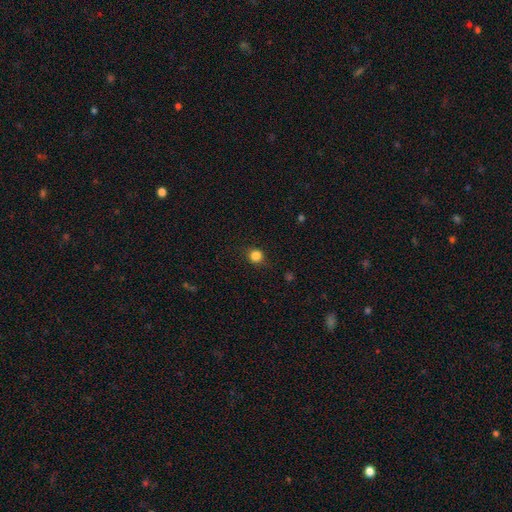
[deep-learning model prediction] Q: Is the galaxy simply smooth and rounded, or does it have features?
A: smooth — 84%.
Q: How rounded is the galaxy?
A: round — 89%.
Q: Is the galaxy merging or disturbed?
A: none — 85%.